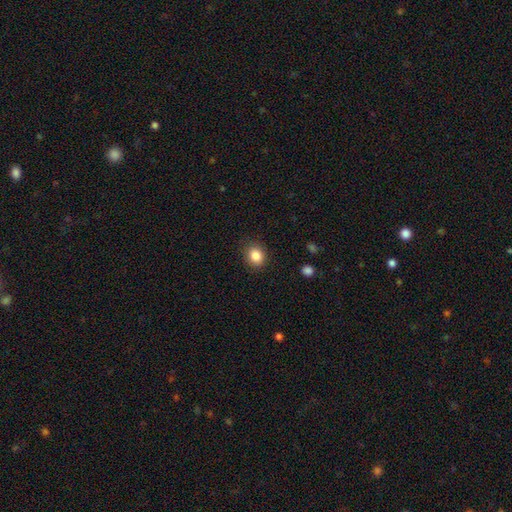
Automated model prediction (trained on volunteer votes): smooth_or_featured: smooth (p=0.86) [alt: star or artifact p=0.09]
how_rounded: round (p=0.65) [alt: in between p=0.34]
merging: none (p=0.88) [alt: minor disturbance p=0.09]